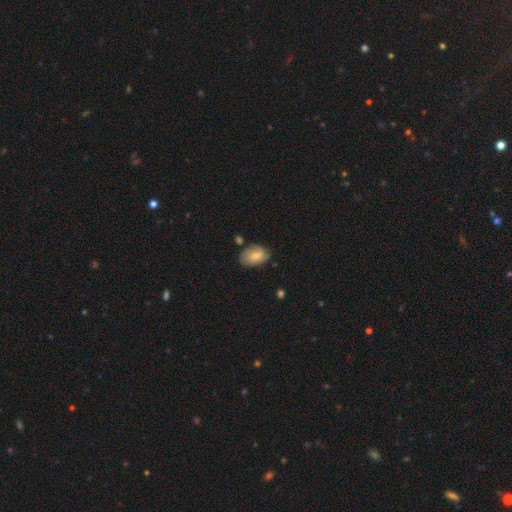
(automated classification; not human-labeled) Smooth or featured? smooth (61%)
How rounded? in between (85%)
Merging? none (64%)